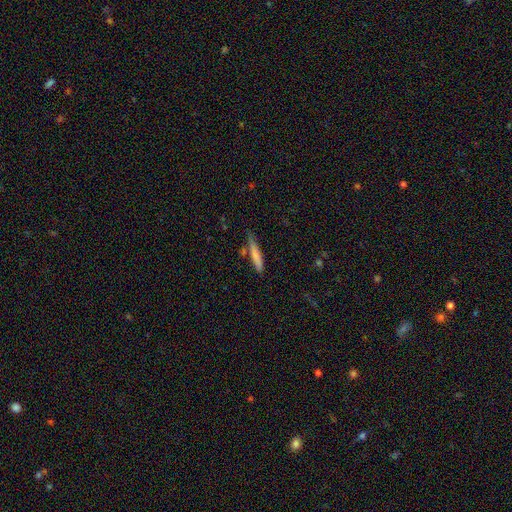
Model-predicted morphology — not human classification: Smooth or featured?
  - smooth: 72% *
  - featured or disk: 21%
  - star or artifact: 6%
How rounded?
  - cigar-shaped: 90% *
  - in between: 8%
  - round: 1%
Merging?
  - none: 68% *
  - minor disturbance: 21%
  - merger: 7%
  - major disturbance: 4%